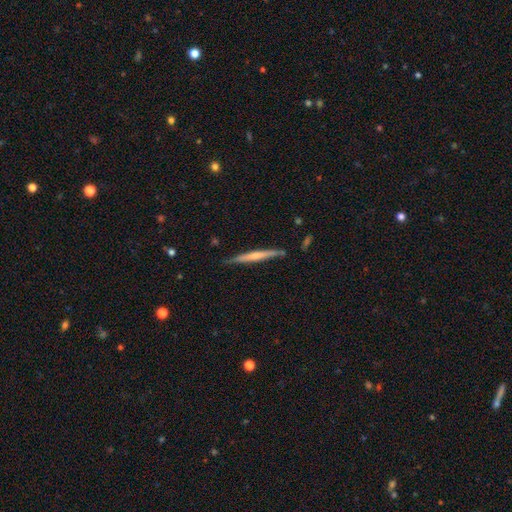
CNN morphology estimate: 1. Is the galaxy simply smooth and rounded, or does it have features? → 56% featured or disk, 39% smooth, 5% star or artifact.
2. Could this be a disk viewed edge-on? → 97% yes, 3% no.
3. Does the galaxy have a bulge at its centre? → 45% rounded (tied), 45% none (tied), 9% boxy.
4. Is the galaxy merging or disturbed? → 83% none, 13% minor disturbance, 2% merger, 2% major disturbance.